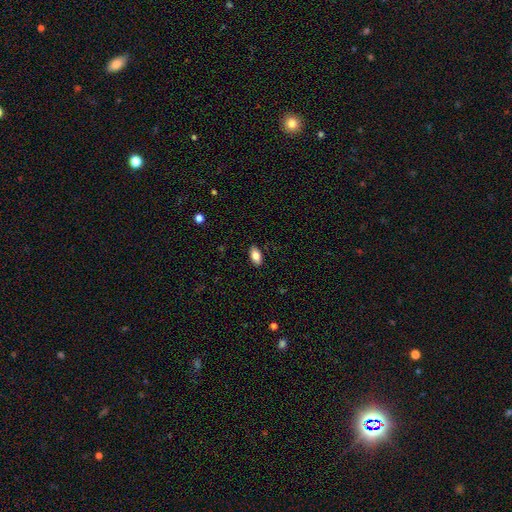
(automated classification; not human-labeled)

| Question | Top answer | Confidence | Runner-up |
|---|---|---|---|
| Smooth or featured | smooth | 82% | featured or disk (11%) |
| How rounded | in between | 92% | round (5%) |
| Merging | none | 88% | minor disturbance (9%) |